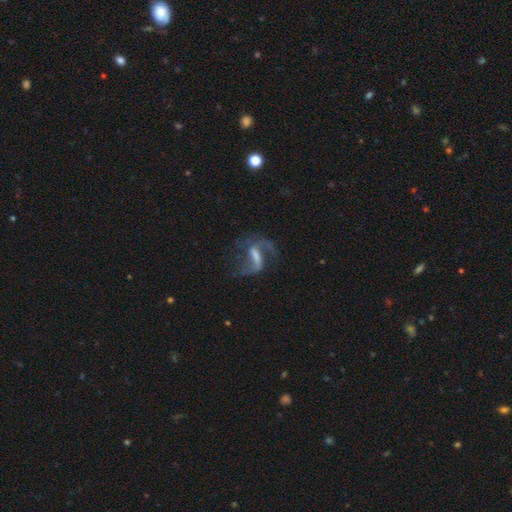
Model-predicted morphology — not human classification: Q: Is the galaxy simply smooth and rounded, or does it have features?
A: featured or disk — 83%.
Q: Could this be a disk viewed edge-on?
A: no — 95%.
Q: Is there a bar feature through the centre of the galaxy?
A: strong — 46%.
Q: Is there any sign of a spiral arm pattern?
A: yes — 92%.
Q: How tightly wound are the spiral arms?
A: loose — 60%.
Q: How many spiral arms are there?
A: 2 — 83%.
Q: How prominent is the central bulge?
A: none — 33%.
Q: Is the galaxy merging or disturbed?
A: none — 57%.